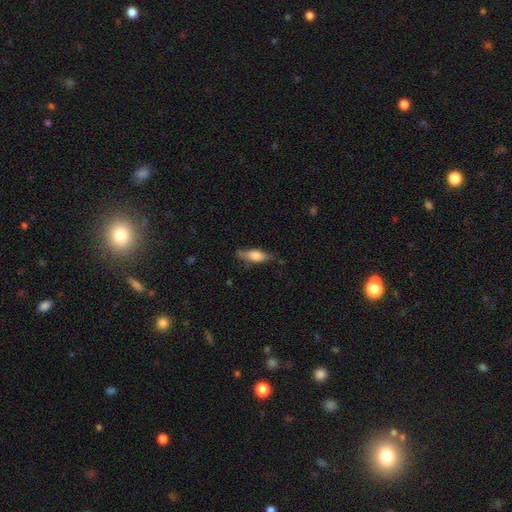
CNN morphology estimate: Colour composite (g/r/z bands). It shows a smooth galaxy with no disk features (69%) that is in between round and cigar-shaped (63%). Merging: none (69%).